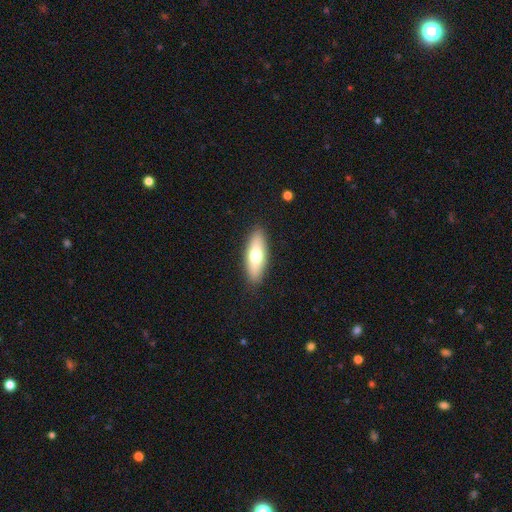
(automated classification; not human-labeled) smooth_or_featured: smooth (p=0.65) [alt: featured or disk p=0.28]
how_rounded: in between (p=0.60) [alt: cigar-shaped p=0.37]
merging: none (p=0.89) [alt: minor disturbance p=0.08]